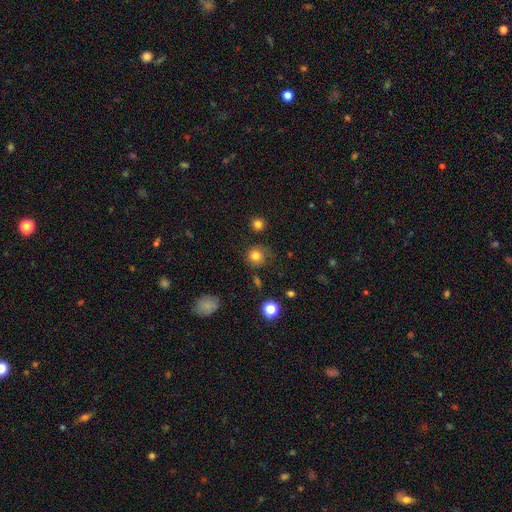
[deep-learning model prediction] Smooth or featured? smooth (80%)
How rounded? round (89%)
Merging? none (72%)